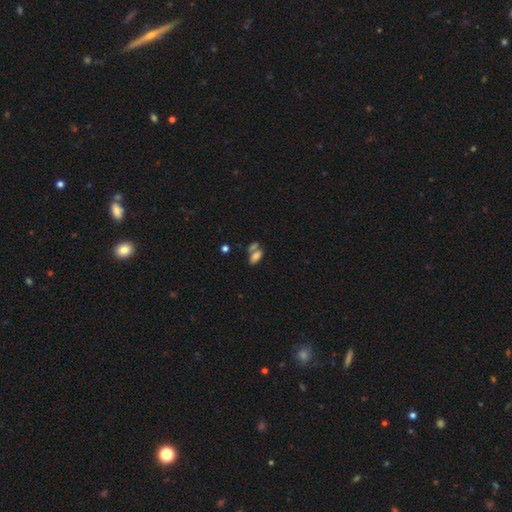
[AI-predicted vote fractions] Smooth or featured: smooth — 75% (featured or disk — 14%)
How rounded: in between — 89% (cigar-shaped — 6%)
Merging: merger — 43% (none — 38%)